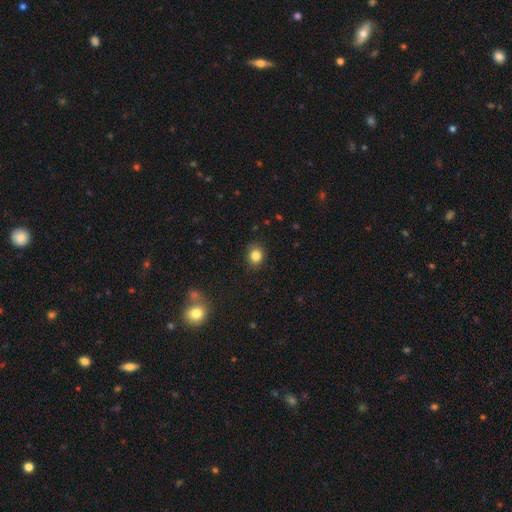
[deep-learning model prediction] Smooth or featured? smooth (83%)
How rounded? round (64%)
Merging? none (83%)